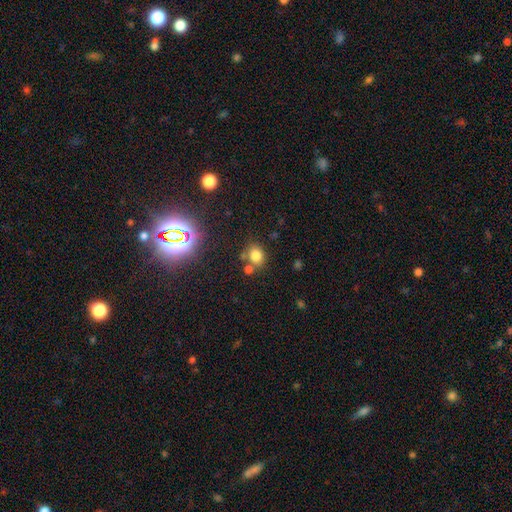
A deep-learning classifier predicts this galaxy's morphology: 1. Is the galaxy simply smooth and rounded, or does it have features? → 76% smooth, 17% star or artifact, 8% featured or disk.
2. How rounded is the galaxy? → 61% round, 38% in between, 1% cigar-shaped.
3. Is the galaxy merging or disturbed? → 66% none, 17% merger, 12% minor disturbance, 4% major disturbance.